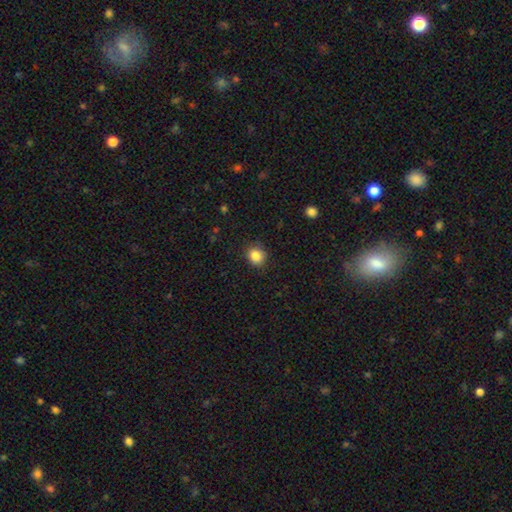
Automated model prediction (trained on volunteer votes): A smooth galaxy with no disk features (85%) that is round (77%). Merging: none (88%).